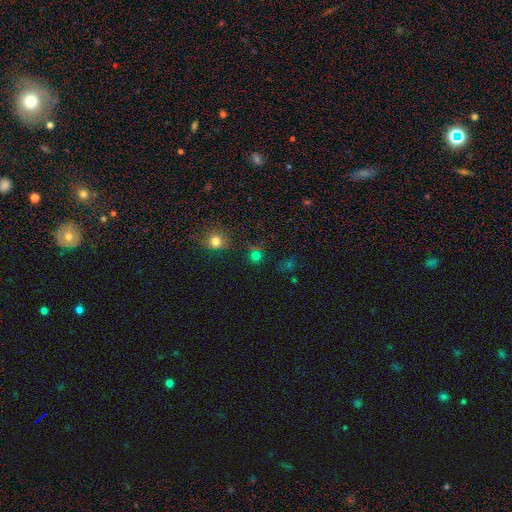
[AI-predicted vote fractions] A smooth galaxy with no disk features (66%) that is round (89%). Merging: none (76%).